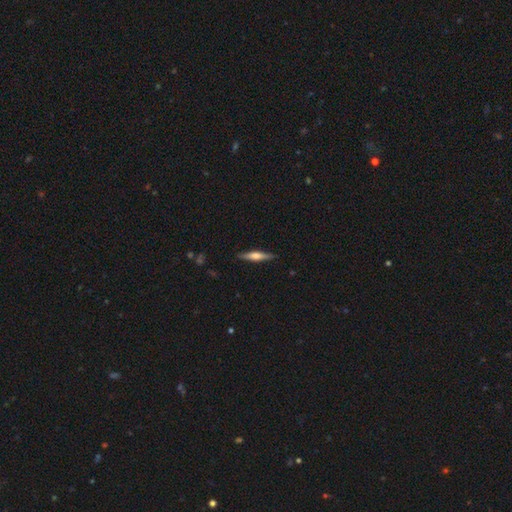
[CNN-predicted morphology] Smooth or featured?
  - featured or disk: 55% *
  - smooth: 39%
  - star or artifact: 6%
Edge-on disk?
  - yes: 96% *
  - no: 4%
Edge-on bulge?
  - rounded: 79% *
  - boxy: 14%
  - none: 7%
Merging?
  - none: 90% *
  - minor disturbance: 8%
  - major disturbance: 2%
  - merger: 1%